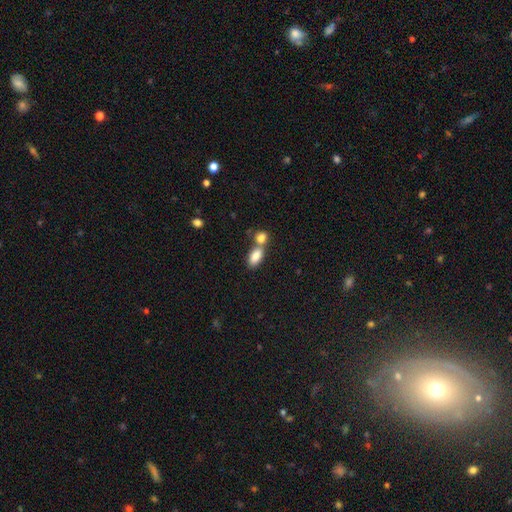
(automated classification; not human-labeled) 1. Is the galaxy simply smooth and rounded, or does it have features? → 84% smooth, 8% featured or disk, 8% star or artifact.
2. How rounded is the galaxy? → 89% in between, 7% round, 5% cigar-shaped.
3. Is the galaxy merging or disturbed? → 53% merger, 35% none, 8% minor disturbance, 3% major disturbance.